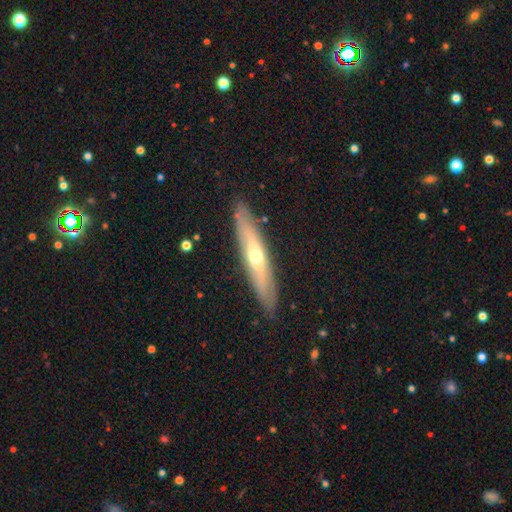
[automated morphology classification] This is likely a featured or disk galaxy (62%). It is likely viewed edge-on (75%). Merging: clearly none (86%).